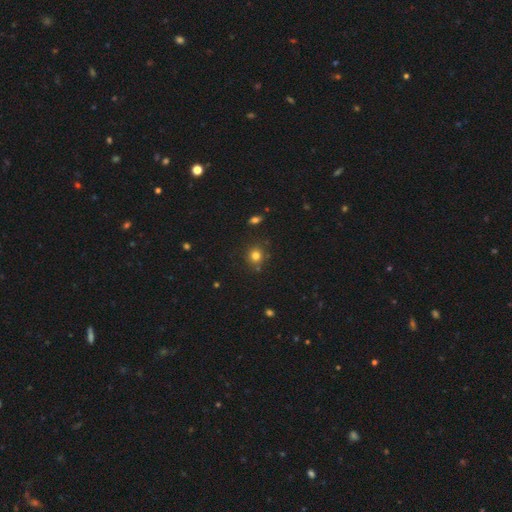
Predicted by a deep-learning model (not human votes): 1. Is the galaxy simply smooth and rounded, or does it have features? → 79% smooth, 15% star or artifact, 7% featured or disk.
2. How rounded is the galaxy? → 87% round, 12% in between, 1% cigar-shaped.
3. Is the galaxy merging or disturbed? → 82% none, 10% minor disturbance, 4% merger, 3% major disturbance.